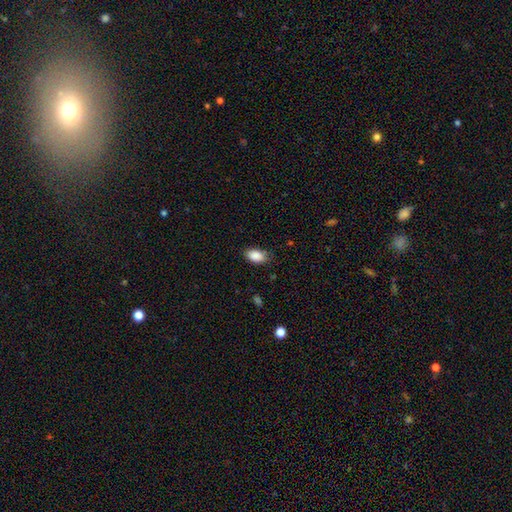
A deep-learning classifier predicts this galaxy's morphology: type=smooth (89%); roundness=in between (91%); merging=none (77%).